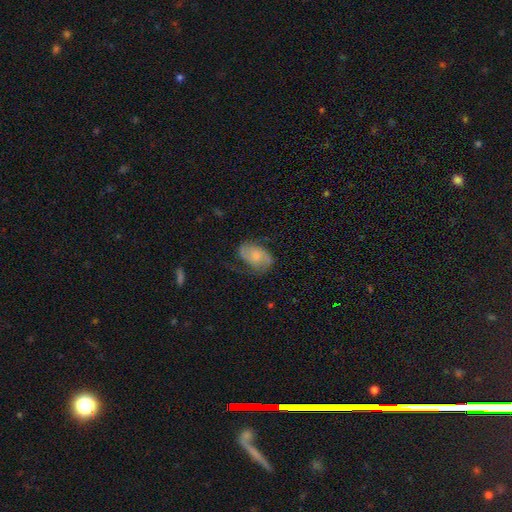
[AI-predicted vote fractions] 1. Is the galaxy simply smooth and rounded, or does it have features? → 58% featured or disk, 35% smooth, 7% star or artifact.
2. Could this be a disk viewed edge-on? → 97% no, 3% yes.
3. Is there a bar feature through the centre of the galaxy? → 63% no, 31% weak, 5% strong.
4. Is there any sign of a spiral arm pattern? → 88% yes, 12% no.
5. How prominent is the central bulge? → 46% small, 36% moderate, 12% none, 4% large, 1% dominant.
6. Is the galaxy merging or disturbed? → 60% none, 24% minor disturbance, 14% major disturbance, 2% merger.